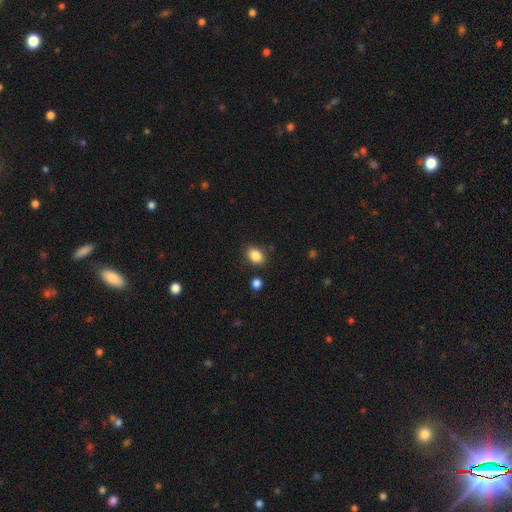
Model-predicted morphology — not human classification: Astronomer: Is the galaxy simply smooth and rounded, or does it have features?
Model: smooth — 86%.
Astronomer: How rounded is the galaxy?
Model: in between — 69%.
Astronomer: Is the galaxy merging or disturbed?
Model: none — 83%.